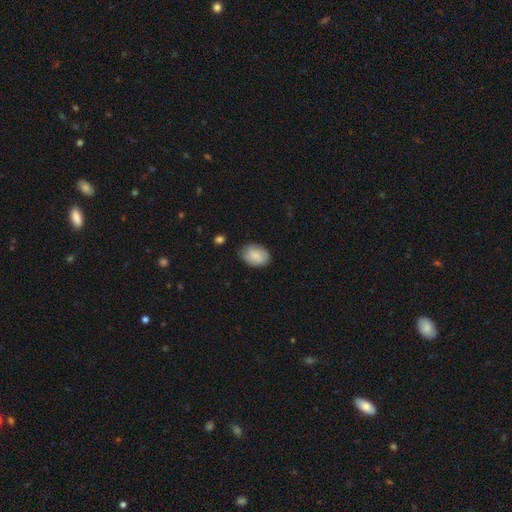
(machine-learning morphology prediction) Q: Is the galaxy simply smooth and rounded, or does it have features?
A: smooth — 82%.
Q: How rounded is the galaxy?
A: in between — 78%.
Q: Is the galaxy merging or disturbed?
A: none — 79%.